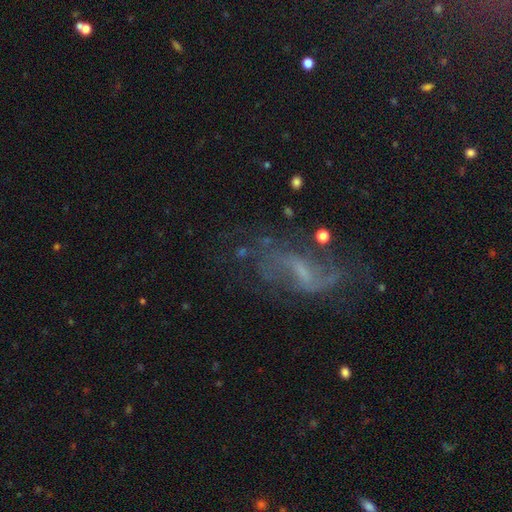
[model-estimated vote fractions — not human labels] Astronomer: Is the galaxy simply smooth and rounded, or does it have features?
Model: featured or disk — 66%.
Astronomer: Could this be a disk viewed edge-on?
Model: no — 92%.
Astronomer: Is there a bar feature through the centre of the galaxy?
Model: weak — 48% (runner-up: no, 34%).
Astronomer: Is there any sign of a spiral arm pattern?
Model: yes — 77%.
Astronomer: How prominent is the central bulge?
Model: small — 47% (runner-up: none, 33%).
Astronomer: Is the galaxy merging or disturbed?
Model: none — 56%.